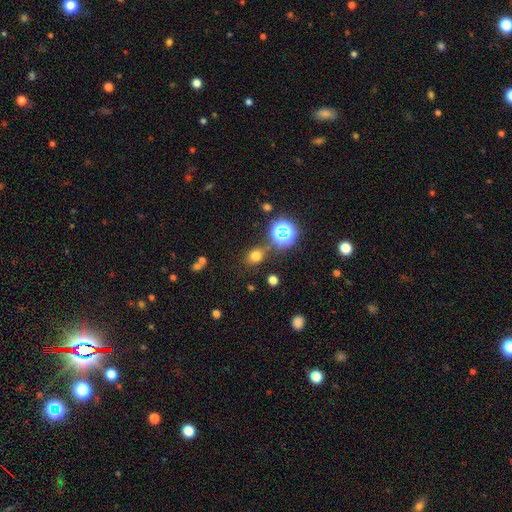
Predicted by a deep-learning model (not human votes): Smooth or featured?
  - smooth: 66% *
  - star or artifact: 27%
  - featured or disk: 7%
How rounded?
  - round: 65% *
  - in between: 34%
  - cigar-shaped: 1%
Merging?
  - none: 73% *
  - minor disturbance: 14%
  - merger: 8%
  - major disturbance: 5%